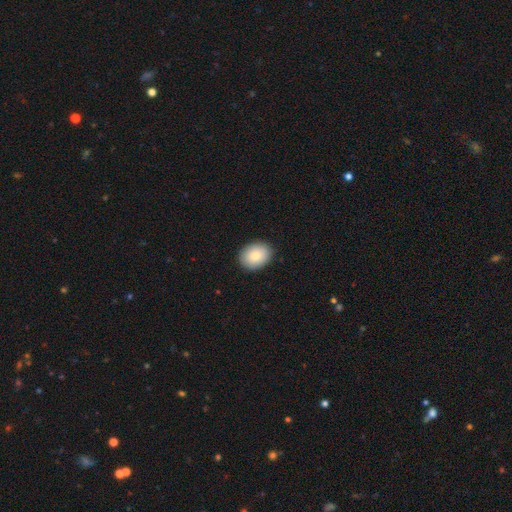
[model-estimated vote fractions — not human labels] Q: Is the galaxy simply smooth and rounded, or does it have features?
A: smooth — 84%.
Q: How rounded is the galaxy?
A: in between — 55%.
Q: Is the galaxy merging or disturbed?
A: none — 89%.